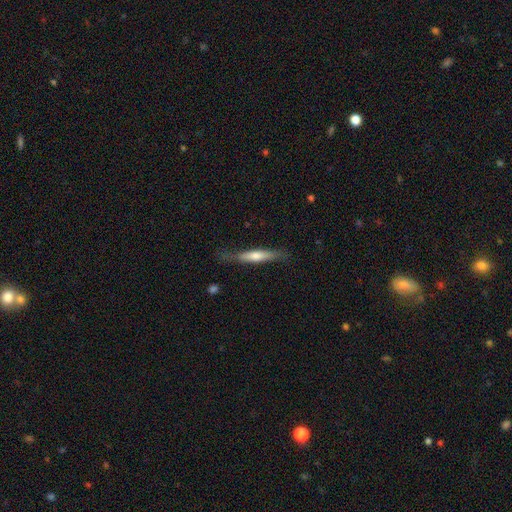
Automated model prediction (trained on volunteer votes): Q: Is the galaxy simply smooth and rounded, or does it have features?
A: smooth — 52%.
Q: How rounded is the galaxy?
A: cigar-shaped — 89%.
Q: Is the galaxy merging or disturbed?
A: none — 74%.